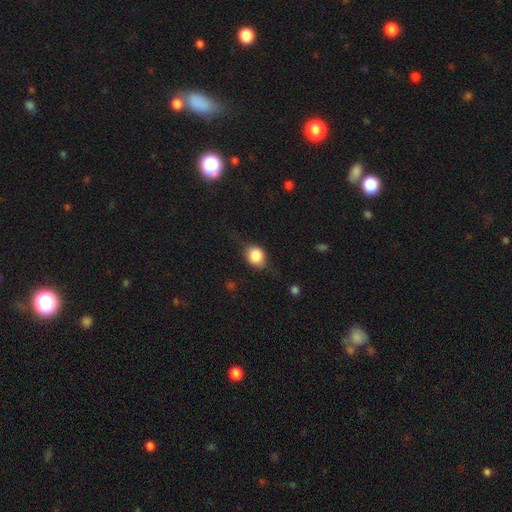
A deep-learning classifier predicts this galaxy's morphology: smooth 74%, featured or disk 18%, star or artifact 9%. Down the decision tree: how rounded — round (65%); merging — none (64%).